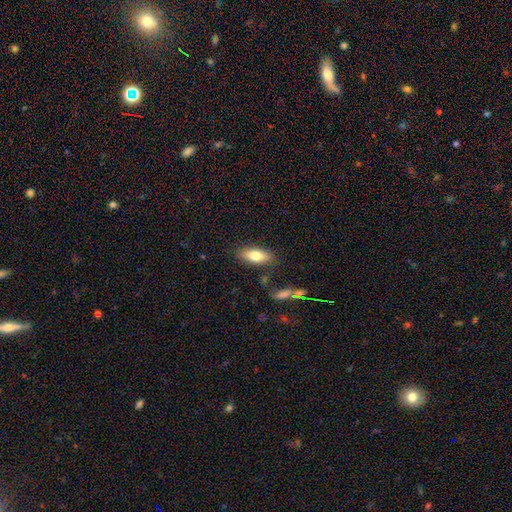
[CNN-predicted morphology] Smooth or featured? smooth (76%)
How rounded? in between (81%)
Merging? none (82%)